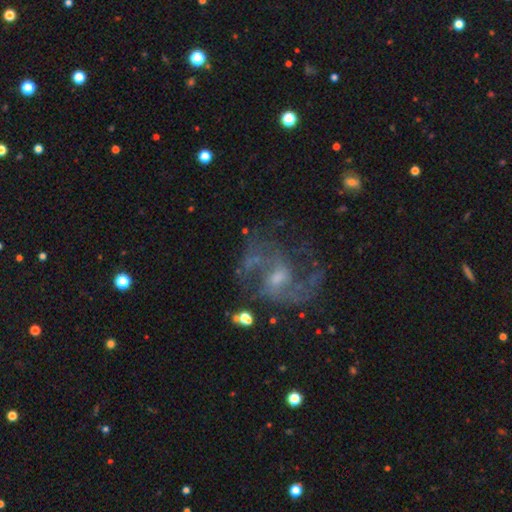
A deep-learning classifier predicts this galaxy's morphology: Q: Smooth or featured?
A: featured or disk (83%); runner-up: star or artifact (10%)
Q: Edge-on disk?
A: no (97%); runner-up: yes (3%)
Q: Bar?
A: weak (49%); runner-up: no (40%)
Q: Spiral arms?
A: yes (92%); runner-up: no (8%)
Q: Spiral winding?
A: medium (51%); runner-up: loose (35%)
Q: Spiral arm count?
A: 2 (72%); runner-up: can't tell (11%)
Q: Bulge size?
A: small (52%); runner-up: moderate (34%)
Q: Merging?
A: none (62%); runner-up: major disturbance (18%)